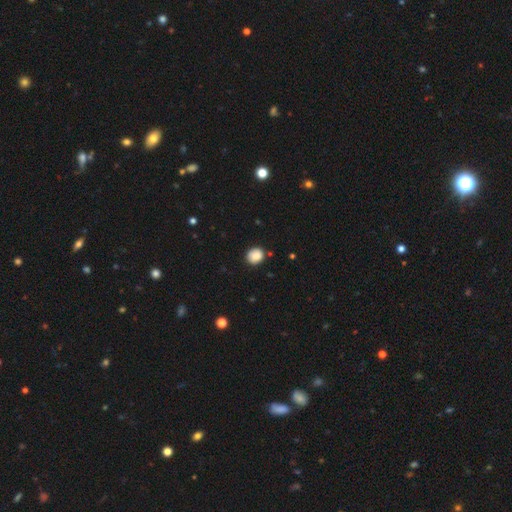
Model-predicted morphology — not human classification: smooth 86%, star or artifact 9%, featured or disk 5%. Down the decision tree: how rounded — round (79%); merging — none (84%).